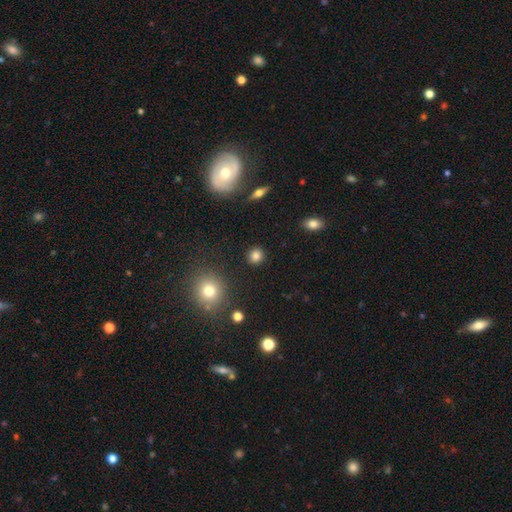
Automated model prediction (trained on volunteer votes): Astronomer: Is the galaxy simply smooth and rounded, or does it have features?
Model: smooth — 83%.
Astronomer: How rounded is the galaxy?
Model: round — 87%.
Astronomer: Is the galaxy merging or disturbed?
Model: none — 90%.